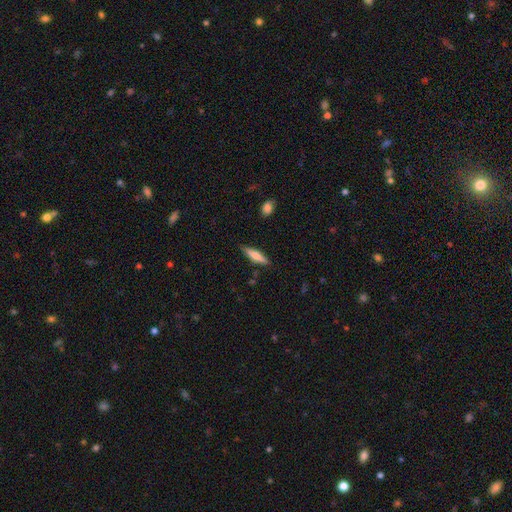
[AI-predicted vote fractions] Smooth or featured? smooth (67%)
How rounded? cigar-shaped (75%)
Merging? none (84%)